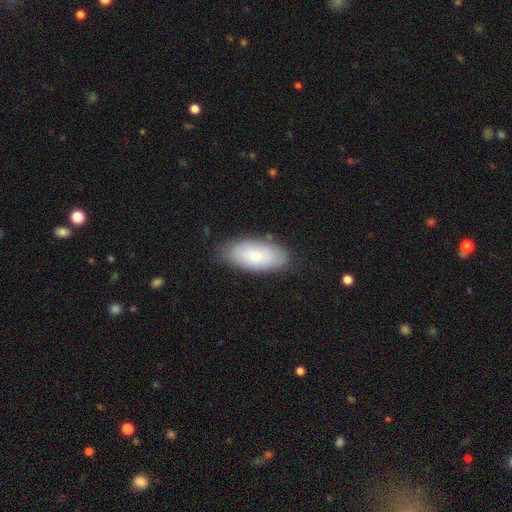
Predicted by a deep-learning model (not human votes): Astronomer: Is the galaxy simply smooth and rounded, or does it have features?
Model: smooth — 72%.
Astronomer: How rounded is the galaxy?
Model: in between — 91%.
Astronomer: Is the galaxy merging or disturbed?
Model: none — 79%.